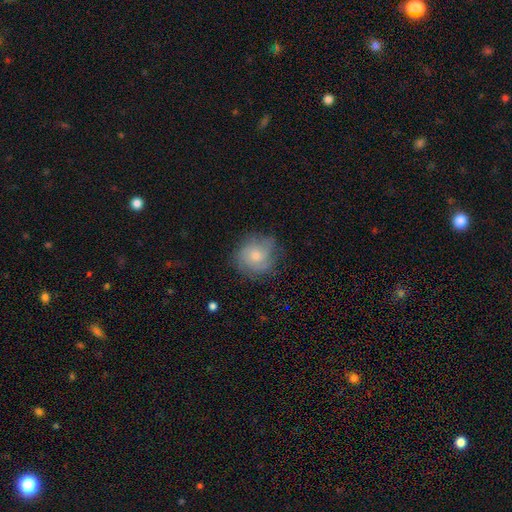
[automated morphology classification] A smooth galaxy with no disk features (50%). Merging: none (69%).